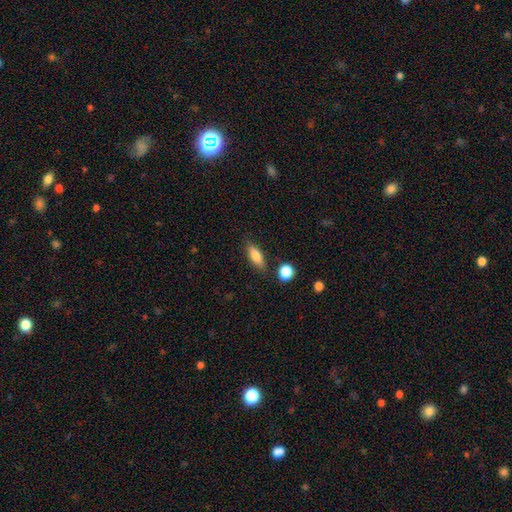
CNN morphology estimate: A smooth galaxy with no disk features (79%) that is in between round and cigar-shaped (65%). Merging: none (80%).